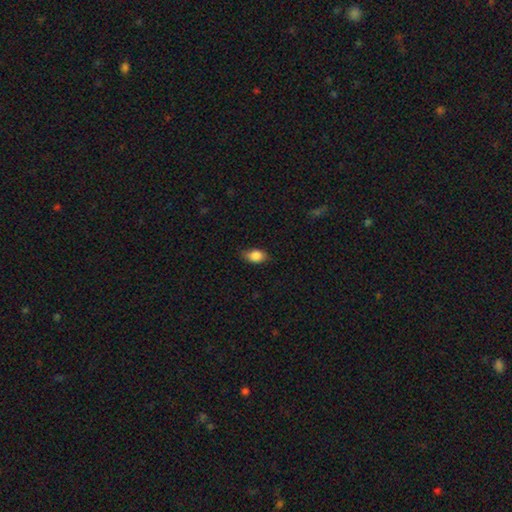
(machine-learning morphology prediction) smooth 83%, featured or disk 9%, star or artifact 8%. Down the decision tree: how rounded — in between (80%); merging — none (74%).